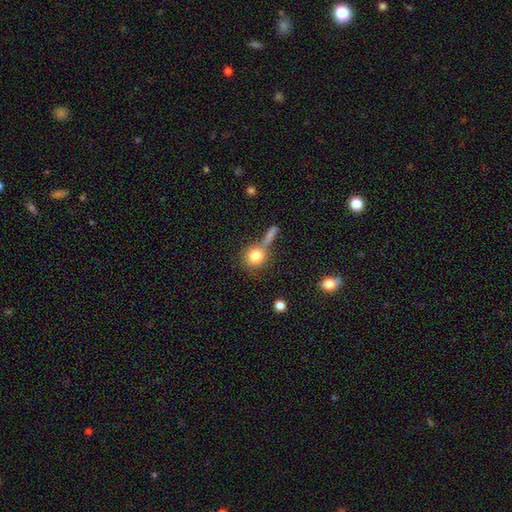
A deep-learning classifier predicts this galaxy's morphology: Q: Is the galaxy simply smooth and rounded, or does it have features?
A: smooth — 80%.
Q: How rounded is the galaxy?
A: round — 84%.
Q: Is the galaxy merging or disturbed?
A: none — 54%.